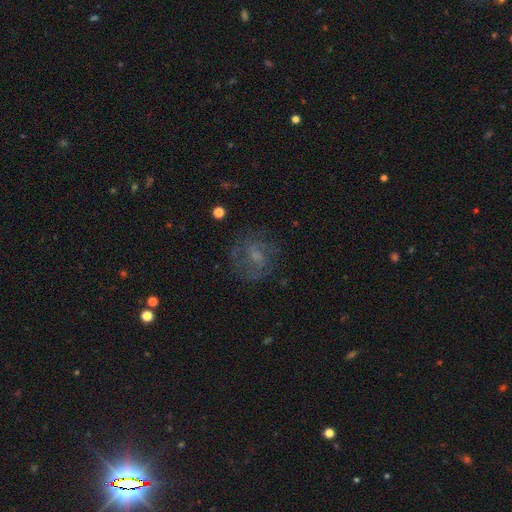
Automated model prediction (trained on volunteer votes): Q: Smooth or featured?
A: featured or disk (55%); runner-up: smooth (31%)
Q: Edge-on disk?
A: no (97%); runner-up: yes (3%)
Q: Bar?
A: no (47%); runner-up: weak (43%)
Q: Spiral arms?
A: yes (71%); runner-up: no (29%)
Q: Bulge size?
A: small (42%); runner-up: moderate (28%)
Q: Merging?
A: none (68%); runner-up: minor disturbance (17%)